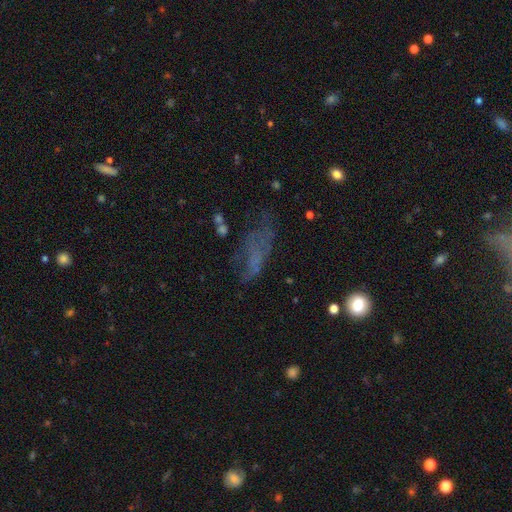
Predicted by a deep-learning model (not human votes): A smooth galaxy with no disk features (41%). Merging: none (43%).